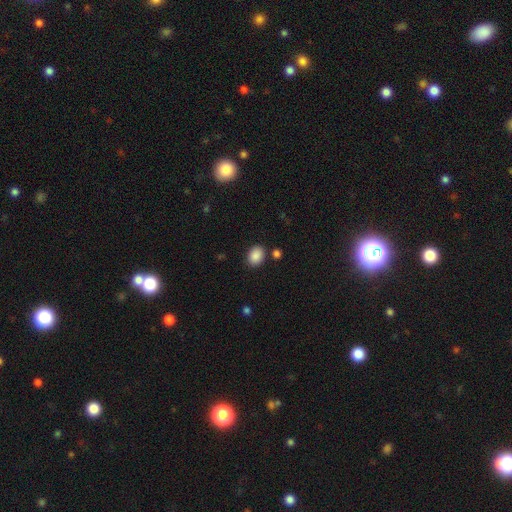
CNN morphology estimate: This is clearly a smooth galaxy (88%). How rounded: likely in between (65%). Merging: clearly none (82%).